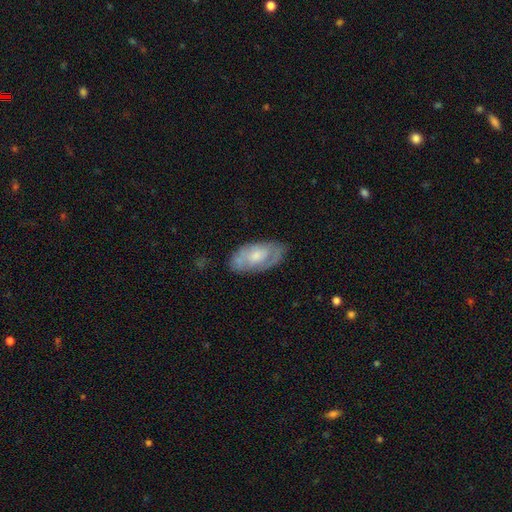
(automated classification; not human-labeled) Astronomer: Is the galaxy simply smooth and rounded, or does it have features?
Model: featured or disk — 57% (runner-up: smooth, 38%).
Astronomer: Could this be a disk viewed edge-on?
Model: no — 91%.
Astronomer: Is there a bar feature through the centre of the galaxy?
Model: no — 75%.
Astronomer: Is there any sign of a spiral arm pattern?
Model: yes — 61% (runner-up: no, 39%).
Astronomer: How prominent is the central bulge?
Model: moderate — 48% (runner-up: small, 38%).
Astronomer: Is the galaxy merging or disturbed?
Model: none — 70%.